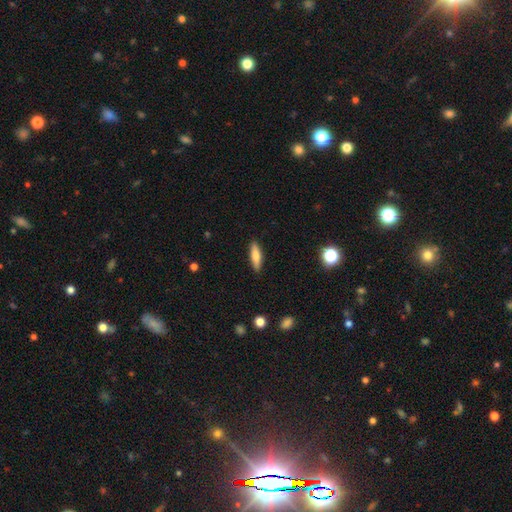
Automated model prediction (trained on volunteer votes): Overall: smooth (71%). How rounded: cigar-shaped (67%; in between 31%). Merging: none (89%).